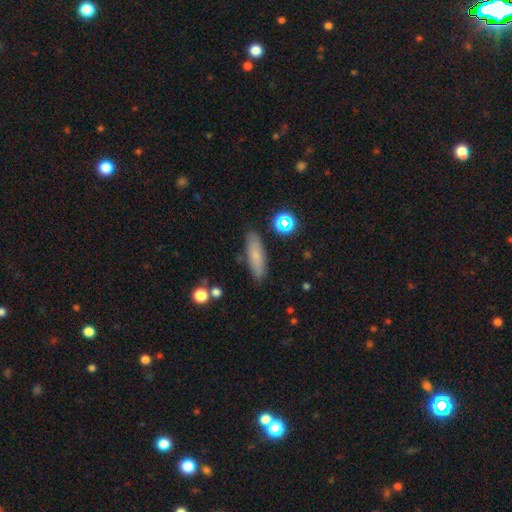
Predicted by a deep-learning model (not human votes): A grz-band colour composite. It shows a smooth galaxy with no disk features (75%) that is cigar-shaped (55%). Merging: none (84%).